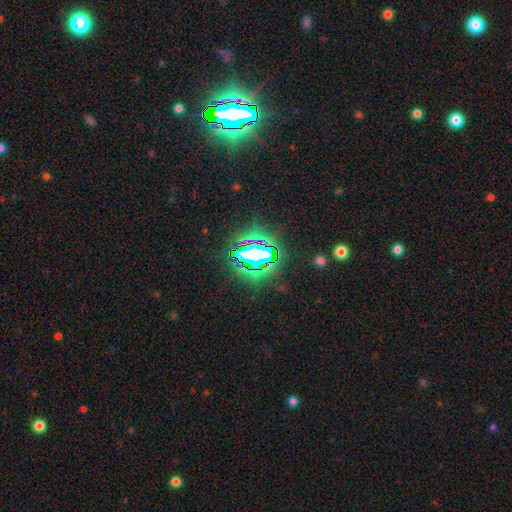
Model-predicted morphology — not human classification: Smooth or featured? Predicted: star or artifact (p=0.74).